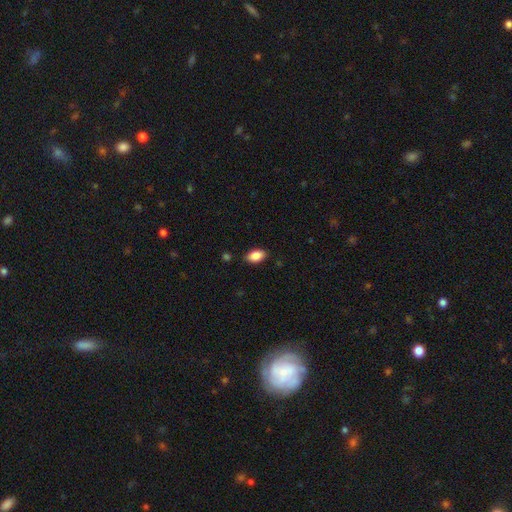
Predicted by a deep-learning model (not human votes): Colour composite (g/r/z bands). It shows a smooth galaxy with no disk features (88%) that is in between round and cigar-shaped (93%). Merging: none (86%).